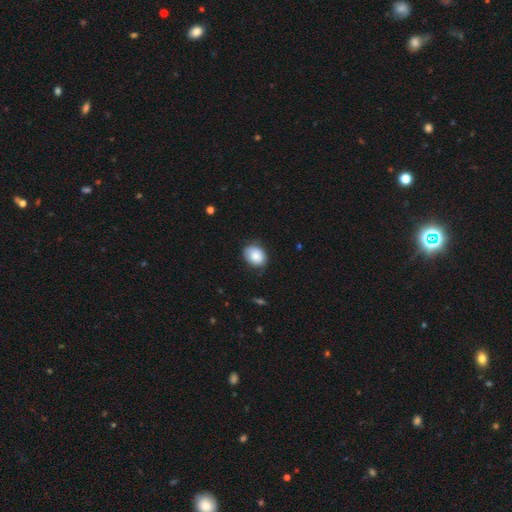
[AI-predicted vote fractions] smooth 81%, featured or disk 12%, star or artifact 7%. Down the decision tree: how rounded — in between (60%); merging — none (71%).